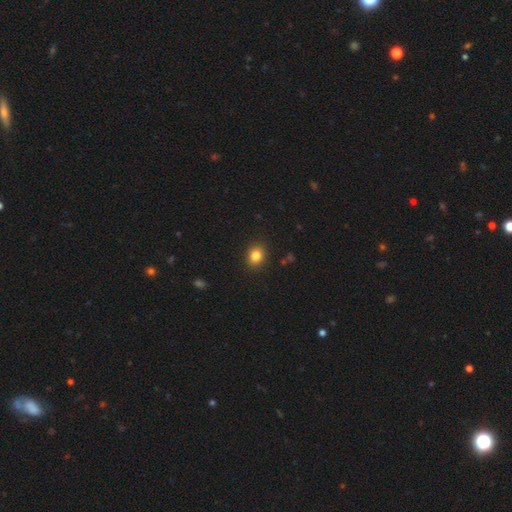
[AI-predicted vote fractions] Overall: smooth (83%). How rounded: round (51%; in between 48%). Merging: none (89%).